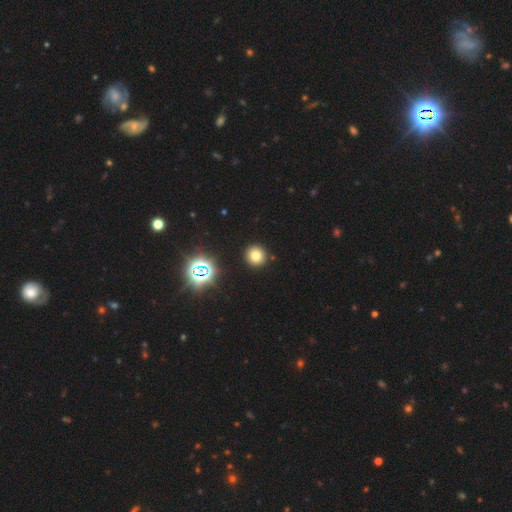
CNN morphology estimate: Smooth or featured: smooth — 73% (star or artifact — 19%)
How rounded: round — 93% (in between — 6%)
Merging: none — 91% (minor disturbance — 5%)